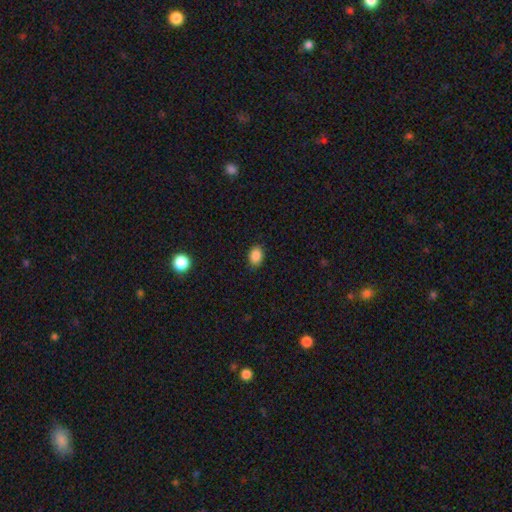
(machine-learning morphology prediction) Q: Smooth or featured?
A: smooth (87%); runner-up: star or artifact (9%)
Q: How rounded?
A: in between (77%); runner-up: round (22%)
Q: Merging?
A: none (87%); runner-up: minor disturbance (10%)